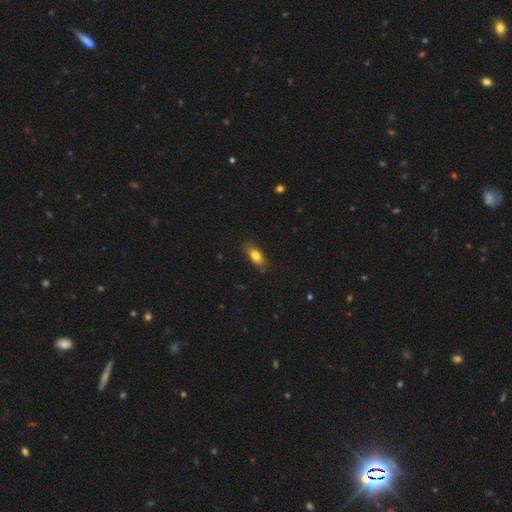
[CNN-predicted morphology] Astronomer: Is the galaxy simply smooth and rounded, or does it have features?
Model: smooth — 79%.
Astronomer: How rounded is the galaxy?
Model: in between — 81%.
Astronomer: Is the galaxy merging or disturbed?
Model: none — 78%.